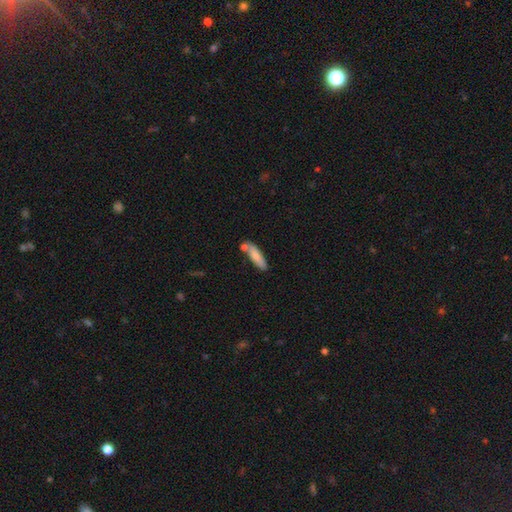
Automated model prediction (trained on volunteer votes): smooth 80%, featured or disk 14%, star or artifact 6%. Down the decision tree: how rounded — cigar-shaped (60%); merging — none (67%).